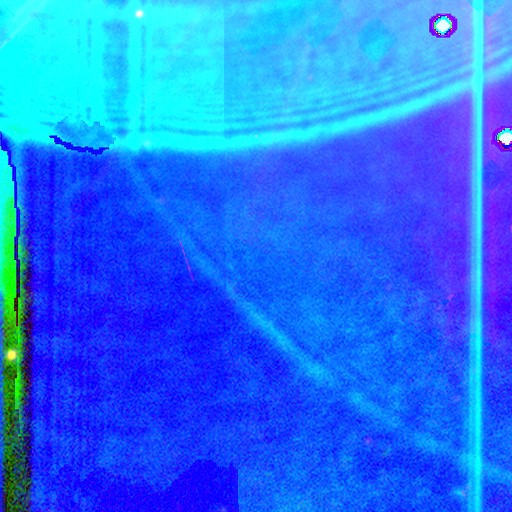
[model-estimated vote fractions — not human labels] star or artifact 86%, featured or disk 7%, smooth 6%.